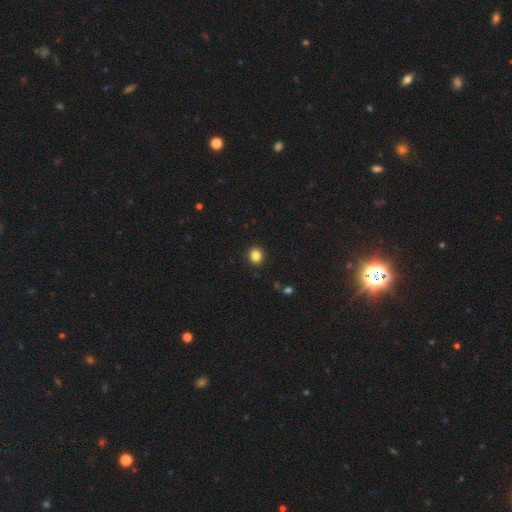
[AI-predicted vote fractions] Smooth or featured?
  - smooth: 85% *
  - star or artifact: 11%
  - featured or disk: 4%
How rounded?
  - round: 76% *
  - in between: 23%
  - cigar-shaped: 1%
Merging?
  - none: 92% *
  - minor disturbance: 5%
  - major disturbance: 2%
  - merger: 1%